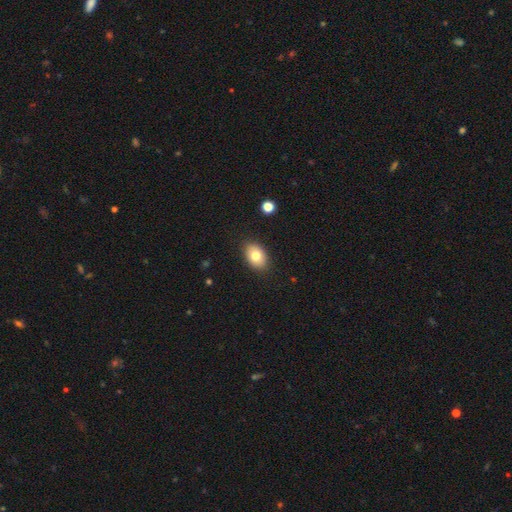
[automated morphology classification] Q: Smooth or featured?
A: smooth (79%); runner-up: featured or disk (13%)
Q: How rounded?
A: in between (84%); runner-up: round (15%)
Q: Merging?
A: none (88%); runner-up: minor disturbance (9%)